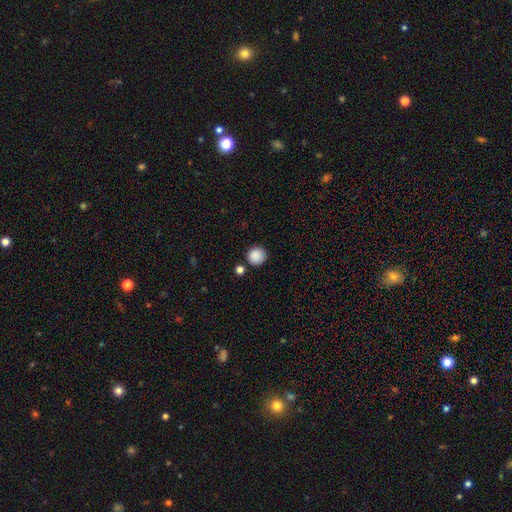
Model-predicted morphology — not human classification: This is clearly a smooth galaxy (88%). How rounded: clearly round (94%). Merging: clearly none (85%).